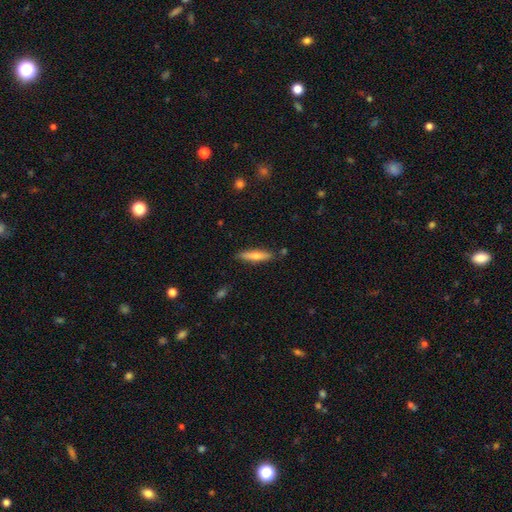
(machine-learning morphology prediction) This is likely a smooth galaxy (67%). How rounded: likely cigar-shaped (80%). Merging: clearly none (84%).